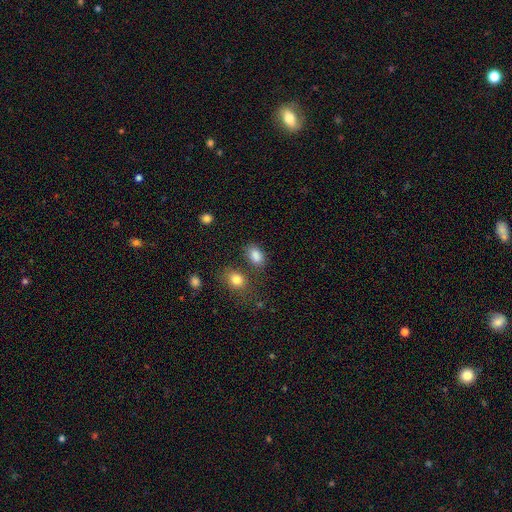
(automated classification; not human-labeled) This is clearly a smooth galaxy (85%). How rounded: clearly in between (83%). Merging: likely none (69%).